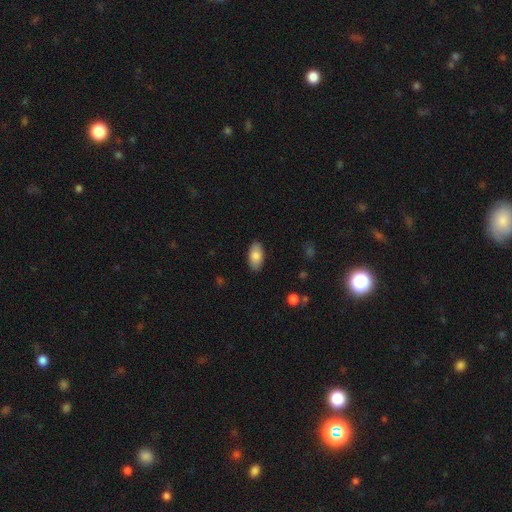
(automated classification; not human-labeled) A smooth galaxy with no disk features (83%) that is in between round and cigar-shaped (94%).

Vote fractions:
- Smooth or featured? smooth: 83% / featured or disk: 10% / star or artifact: 6%
- How rounded? in between: 94% / cigar-shaped: 3% / round: 3%
- Merging? none: 88% / minor disturbance: 9% / major disturbance: 2% / merger: 1%